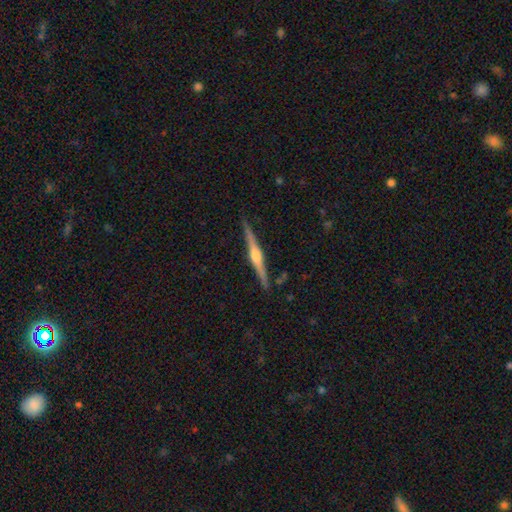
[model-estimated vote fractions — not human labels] Smooth or featured?
  - featured or disk: 81% *
  - smooth: 14%
  - star or artifact: 5%
Edge-on disk?
  - yes: 98% *
  - no: 2%
Edge-on bulge?
  - rounded: 88% *
  - boxy: 7%
  - none: 5%
Merging?
  - none: 89% *
  - minor disturbance: 8%
  - merger: 1%
  - major disturbance: 1%